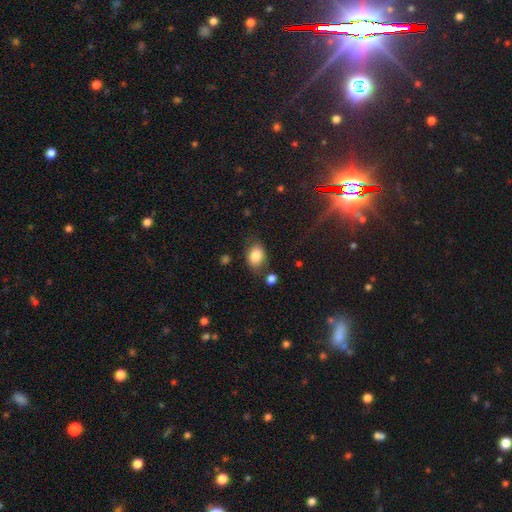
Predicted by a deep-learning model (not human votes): Morphology: type=smooth (84%); roundness=in between (72%); merging=none (69%).